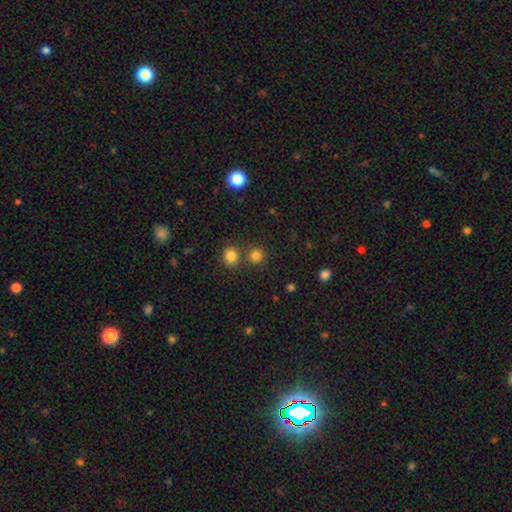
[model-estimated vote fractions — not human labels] This is clearly a smooth galaxy (80%). How rounded: clearly round (90%). Merging: likely none (73%).